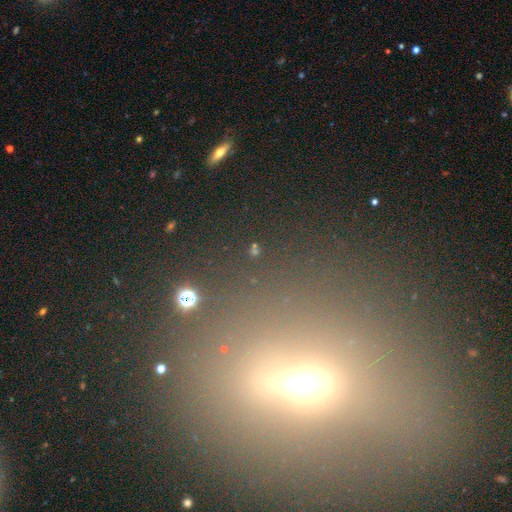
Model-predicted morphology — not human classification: Smooth or featured: star or artifact — 53% (smooth — 31%)